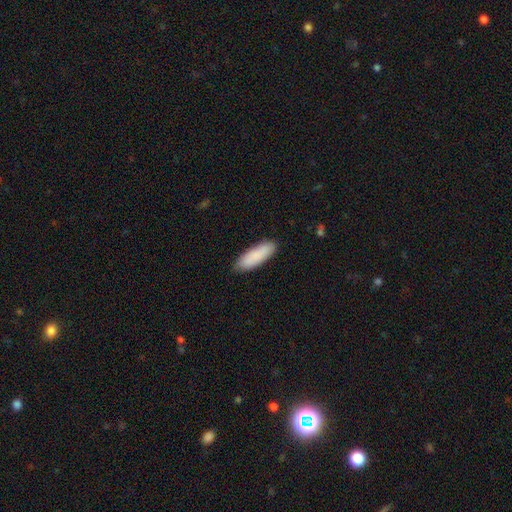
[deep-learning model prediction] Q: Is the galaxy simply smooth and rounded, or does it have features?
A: smooth — 88%.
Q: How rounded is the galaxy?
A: in between — 58%.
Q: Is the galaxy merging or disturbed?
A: none — 87%.